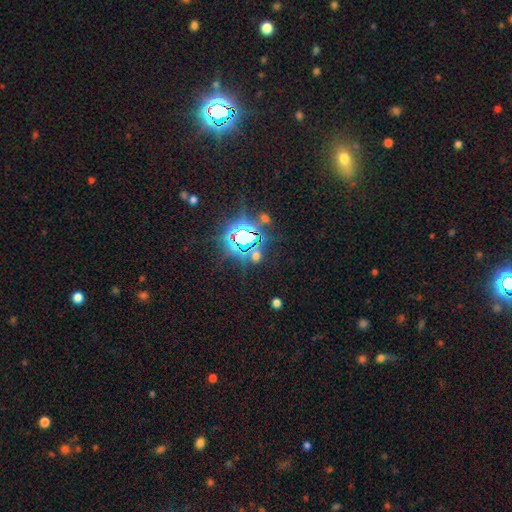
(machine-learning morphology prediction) smooth-or-featured: star or artifact: 71% | smooth: 20% | featured or disk: 9%